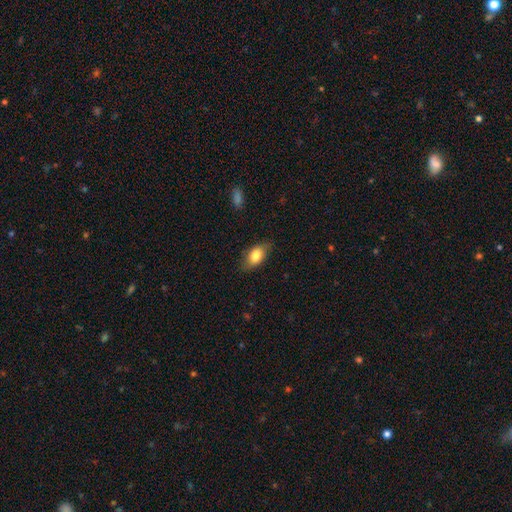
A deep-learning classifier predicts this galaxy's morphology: Smooth or featured? Predicted: smooth (p=0.80). How rounded? Predicted: in between (p=0.88). Merging? Predicted: none (p=0.75).